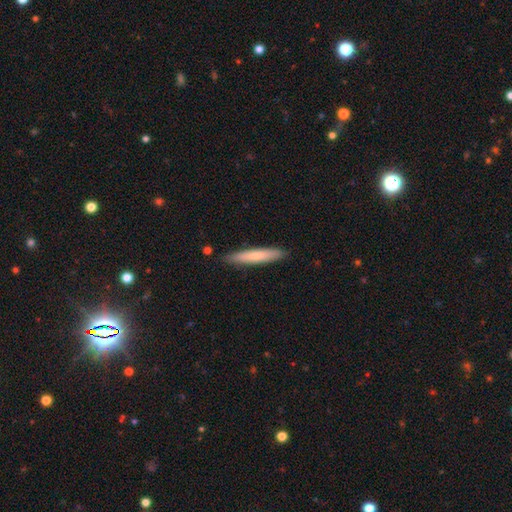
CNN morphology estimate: Q: Smooth or featured?
A: smooth (72%); runner-up: featured or disk (23%)
Q: How rounded?
A: cigar-shaped (93%); runner-up: in between (6%)
Q: Merging?
A: none (89%); runner-up: minor disturbance (9%)